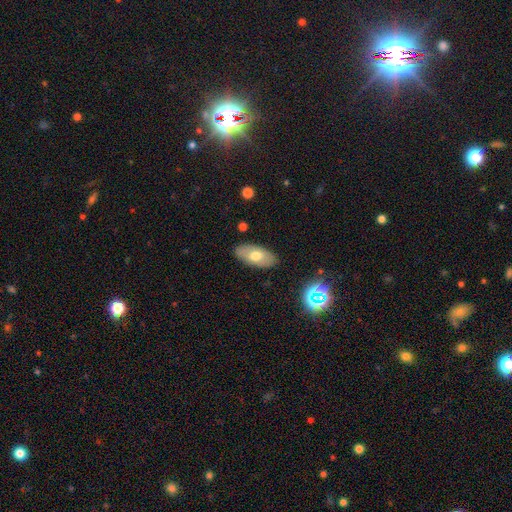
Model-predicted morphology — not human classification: Smooth or featured: smooth — 63% (featured or disk — 30%)
How rounded: in between — 92% (cigar-shaped — 4%)
Merging: none — 85% (minor disturbance — 11%)